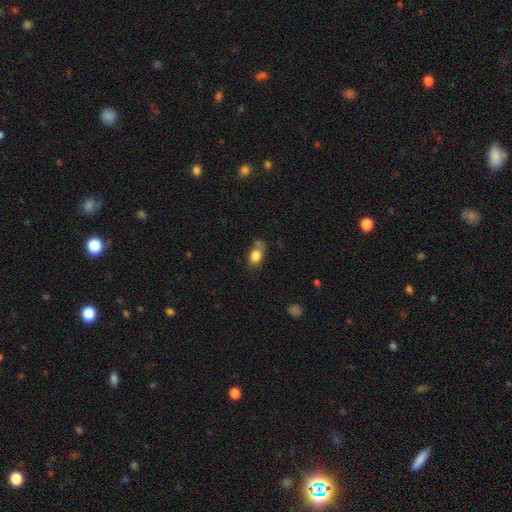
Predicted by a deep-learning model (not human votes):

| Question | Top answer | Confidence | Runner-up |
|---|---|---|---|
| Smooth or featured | smooth | 81% | featured or disk (10%) |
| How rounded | in between | 67% | round (31%) |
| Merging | none | 47% | minor disturbance (23%) |